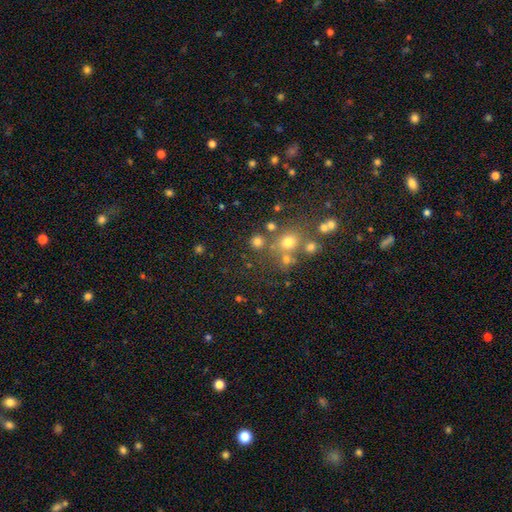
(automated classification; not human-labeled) Overall: star or artifact (44%; smooth 40%).